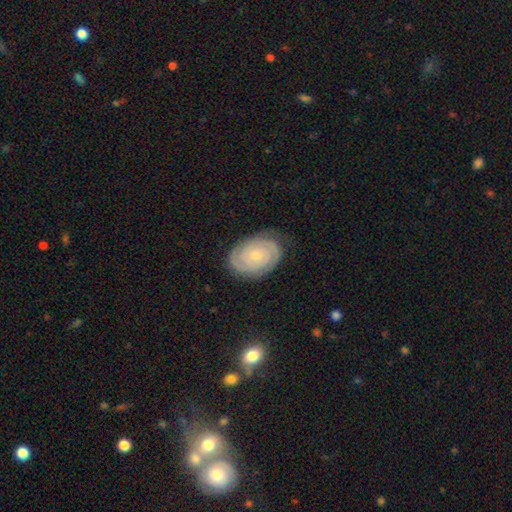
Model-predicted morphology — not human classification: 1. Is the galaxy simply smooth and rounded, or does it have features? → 85% featured or disk, 10% smooth, 6% star or artifact.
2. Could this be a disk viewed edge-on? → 97% no, 3% yes.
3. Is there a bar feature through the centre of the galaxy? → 73% no, 22% weak, 5% strong.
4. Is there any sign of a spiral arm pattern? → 97% yes, 3% no.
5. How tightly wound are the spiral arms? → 83% tight, 14% medium, 3% loose.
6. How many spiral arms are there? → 69% 2, 13% can't tell, 9% 3, 3% 4, 3% 1, 3% more than 4.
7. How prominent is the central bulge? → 66% small, 29% moderate, 2% none, 1% large, 1% dominant.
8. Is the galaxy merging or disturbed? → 82% none, 13% minor disturbance, 4% major disturbance, 1% merger.